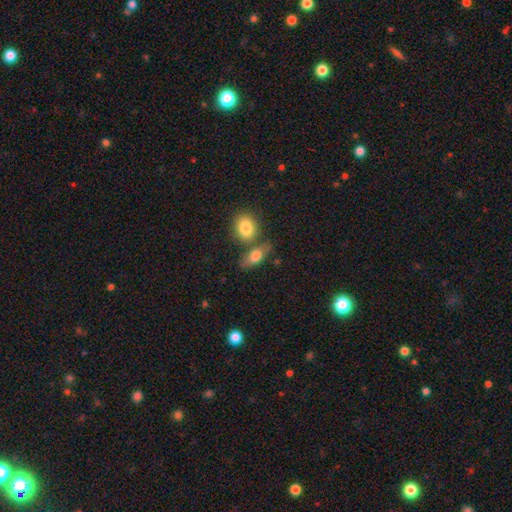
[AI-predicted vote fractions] Q: Smooth or featured?
A: smooth (76%); runner-up: featured or disk (16%)
Q: How rounded?
A: in between (80%); runner-up: round (11%)
Q: Merging?
A: none (56%); runner-up: merger (25%)